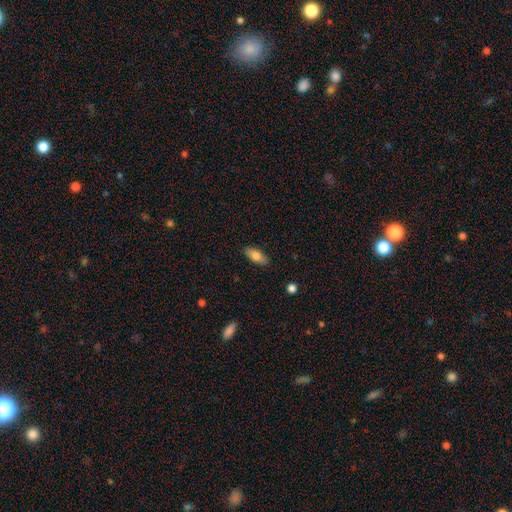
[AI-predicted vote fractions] This appears to be a smooth galaxy with no disk features (78%) that is in between round and cigar-shaped (82%). Merging: none (88%).